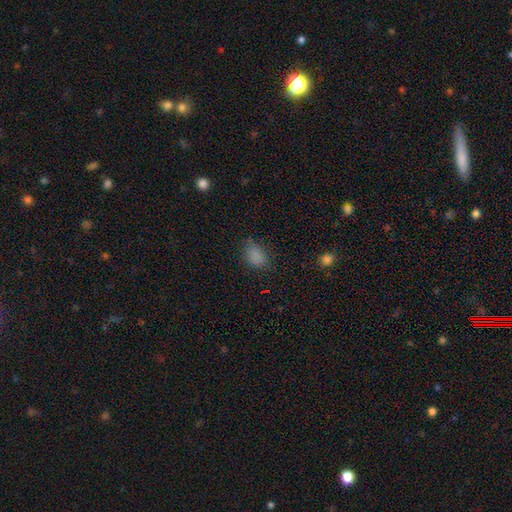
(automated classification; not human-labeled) This appears to be a smooth galaxy with no disk features (81%) that is in between round and cigar-shaped (77%). Merging: none (72%).